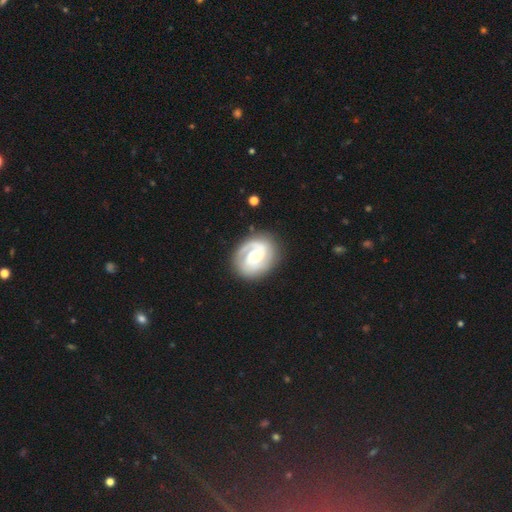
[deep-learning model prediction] Smooth or featured?
  - featured or disk: 83% *
  - smooth: 12%
  - star or artifact: 5%
Edge-on disk?
  - no: 98% *
  - yes: 2%
Bar?
  - no: 56% *
  - weak: 36%
  - strong: 8%
Spiral arms?
  - yes: 96% *
  - no: 4%
Spiral winding?
  - tight: 59% *
  - medium: 33%
  - loose: 8%
Spiral arm count?
  - 2: 51% *
  - 1: 22%
  - can't tell: 11%
  - 3: 11%
  - 4: 2%
  - more than 4: 2%
Bulge size?
  - small: 44% *
  - moderate: 41%
  - large: 9%
  - none: 5%
  - dominant: 2%
Merging?
  - none: 78% *
  - minor disturbance: 14%
  - major disturbance: 7%
  - merger: 2%